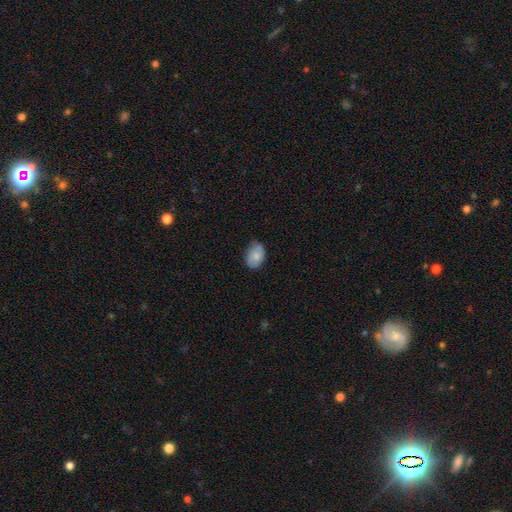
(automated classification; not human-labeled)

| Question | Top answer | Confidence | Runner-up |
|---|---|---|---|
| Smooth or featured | smooth | 78% | featured or disk (15%) |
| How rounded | in between | 81% | round (18%) |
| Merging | none | 69% | minor disturbance (26%) |